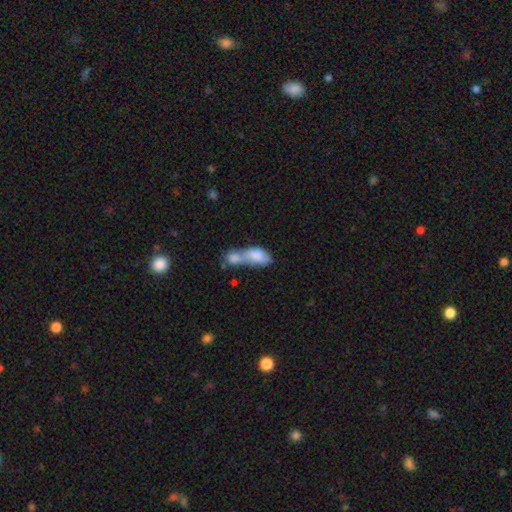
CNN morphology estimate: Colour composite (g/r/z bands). It shows a smooth galaxy with no disk features (75%) that is in between round and cigar-shaped (81%). Merging: merger (77%).